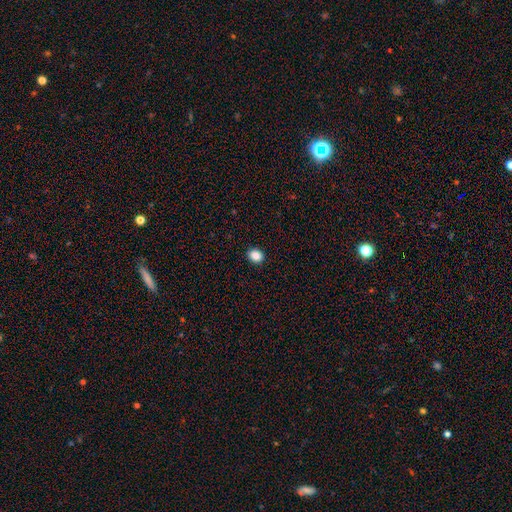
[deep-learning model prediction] smooth_or_featured: smooth (p=0.87) [alt: star or artifact p=0.10]
how_rounded: round (p=0.52) [alt: in between p=0.47]
merging: none (p=0.91) [alt: minor disturbance p=0.06]